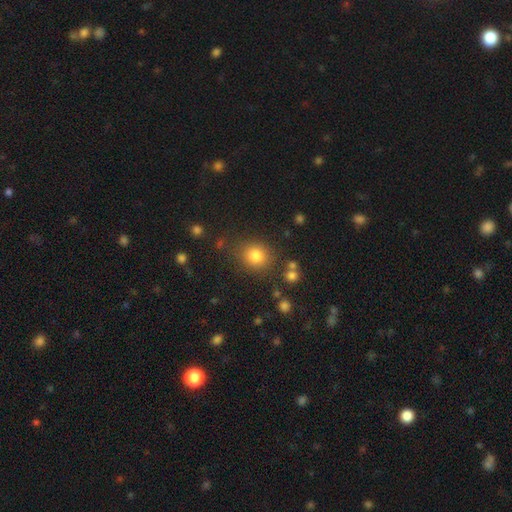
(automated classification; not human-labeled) This is clearly a smooth galaxy (81%). How rounded: clearly round (82%). Merging: clearly none (81%).